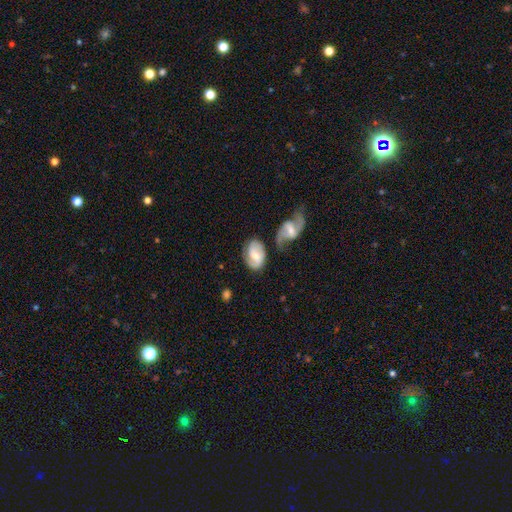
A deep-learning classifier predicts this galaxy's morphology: smooth-or-featured: featured or disk: 65% | smooth: 29% | star or artifact: 6%
  disk-edge-on: no: 96% | yes: 4%
    bar: weak: 50% | no: 29% | strong: 21%
    has-spiral-arms: yes: 89% | no: 11%
      spiral-winding: medium: 45% | loose: 31% | tight: 23%
      spiral-arm-count: 2: 81% | can't tell: 8% | 1: 7% | 3: 1% | 4: 1% | more than 4: 1%
    bulge-size: moderate: 57% | small: 32% | large: 6% | none: 4% | dominant: 1%
  merging: none: 55% | minor disturbance: 20% | merger: 18% | major disturbance: 8%